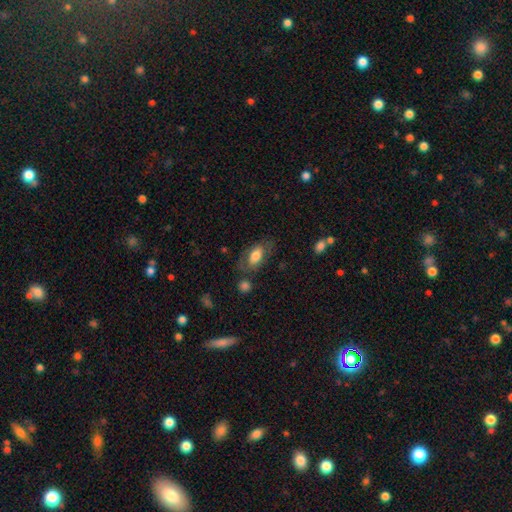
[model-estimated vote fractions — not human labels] Smooth or featured?
  - smooth: 66% *
  - featured or disk: 28%
  - star or artifact: 7%
How rounded?
  - in between: 90% *
  - round: 5%
  - cigar-shaped: 4%
Merging?
  - none: 66% *
  - minor disturbance: 19%
  - major disturbance: 10%
  - merger: 5%